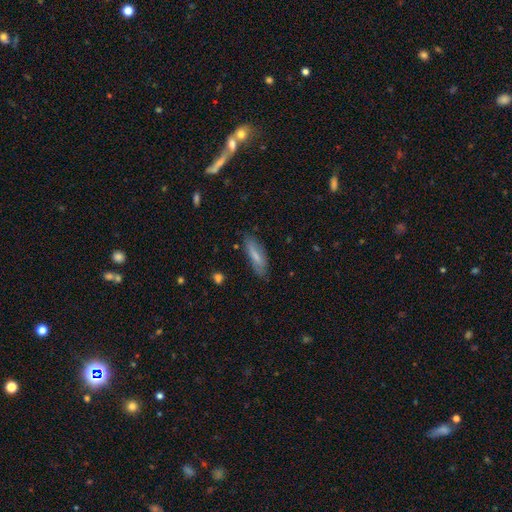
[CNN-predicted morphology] A smooth galaxy with no disk features (70%) that is cigar-shaped (51%).

Vote fractions:
- Smooth or featured? smooth: 70% / featured or disk: 23% / star or artifact: 7%
- How rounded? cigar-shaped: 51% / in between: 47% / round: 2%
- Merging? none: 78% / minor disturbance: 16% / major disturbance: 4% / merger: 2%